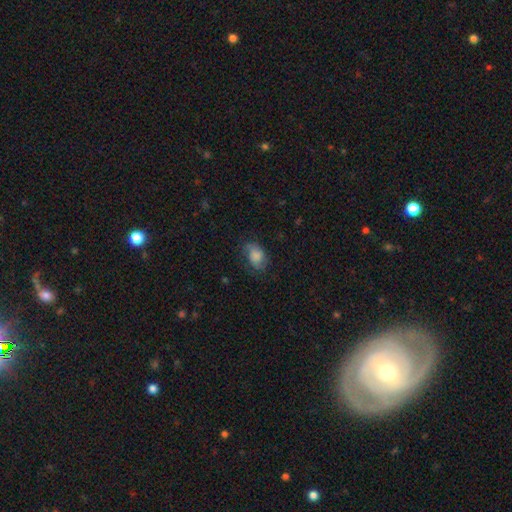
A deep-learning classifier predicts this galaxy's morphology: Overall: smooth (67%). How rounded: in between (77%). Merging: none (58%; minor disturbance 27%).